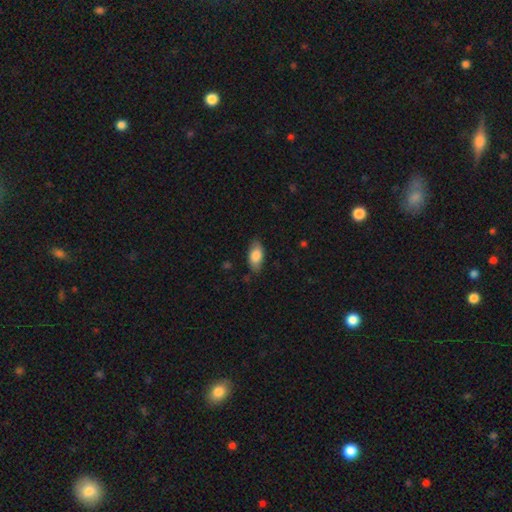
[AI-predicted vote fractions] Morphology: type=smooth (82%); roundness=in between (91%); merging=none (79%).